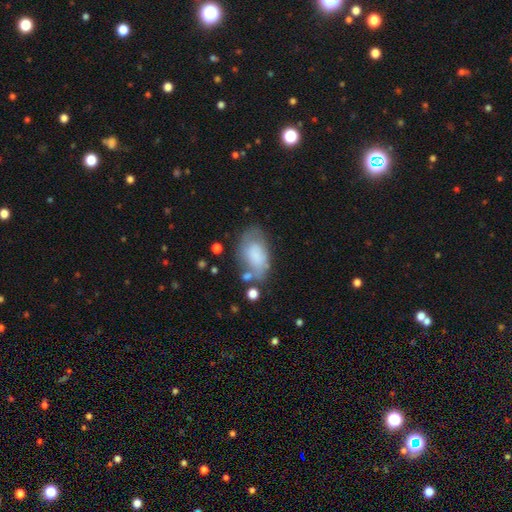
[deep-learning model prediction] Q: Smooth or featured?
A: smooth (66%); runner-up: featured or disk (26%)
Q: How rounded?
A: in between (91%); runner-up: round (7%)
Q: Merging?
A: none (46%); runner-up: minor disturbance (28%)